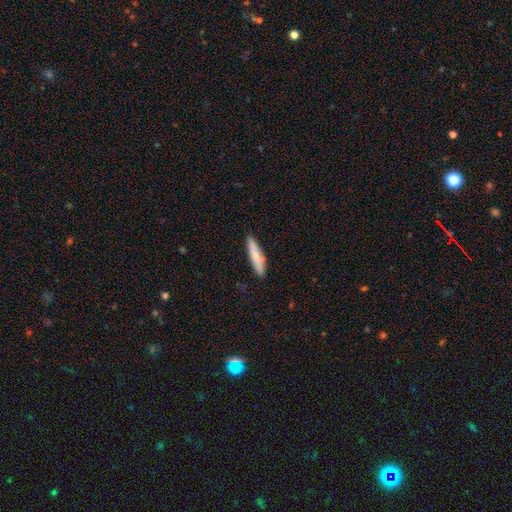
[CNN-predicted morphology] Smooth or featured? Predicted: smooth (p=0.78). How rounded? Predicted: cigar-shaped (p=0.87). Merging? Predicted: none (p=0.87).